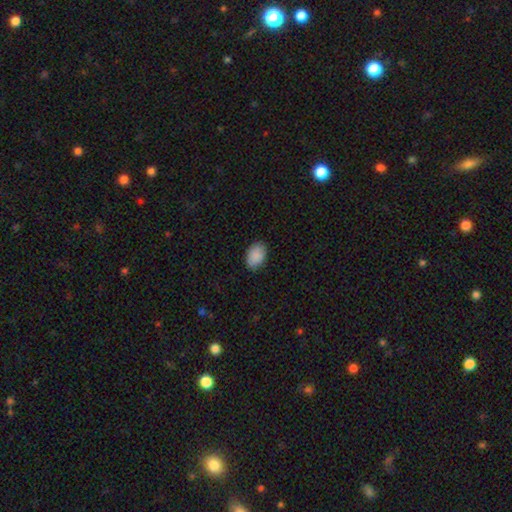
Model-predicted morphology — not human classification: This is clearly a smooth galaxy (90%). How rounded: clearly in between (83%). Merging: clearly none (85%).